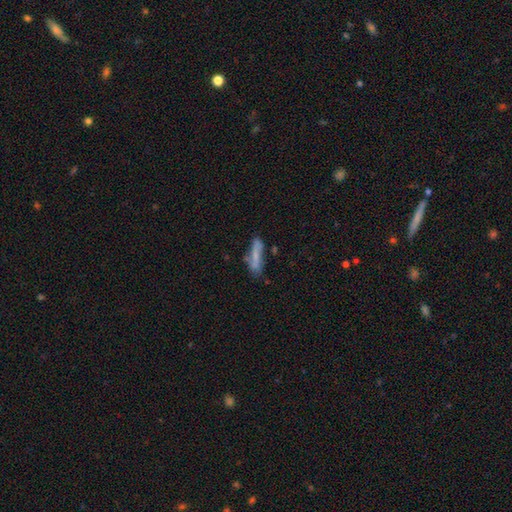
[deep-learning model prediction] Smooth or featured? smooth (56%)
How rounded? cigar-shaped (71%)
Merging? none (54%)